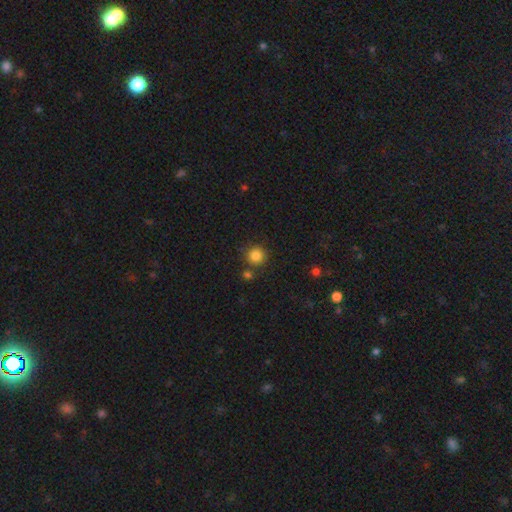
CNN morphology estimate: Smooth or featured: smooth — 84% (star or artifact — 12%)
How rounded: round — 93% (in between — 6%)
Merging: none — 81% (minor disturbance — 9%)